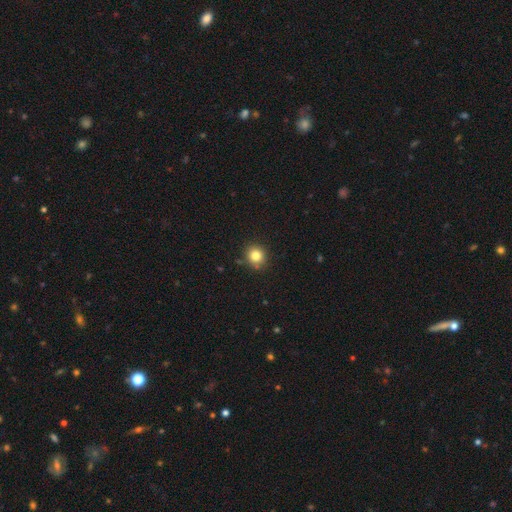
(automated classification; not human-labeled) smooth-or-featured: smooth: 82% | star or artifact: 12% | featured or disk: 6%
  how-rounded: round: 85% | in between: 14% | cigar-shaped: 1%
  merging: none: 86% | minor disturbance: 9% | merger: 2% | major disturbance: 2%